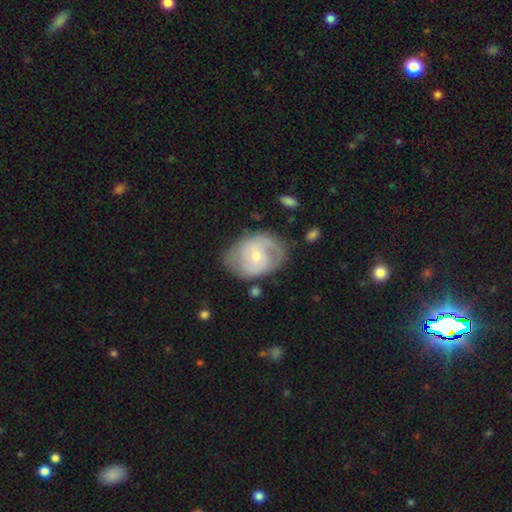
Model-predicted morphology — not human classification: Smooth or featured: featured or disk — 73% (smooth — 22%)
Edge-on disk: no — 97% (yes — 3%)
Bar: no — 60% (weak — 34%)
Spiral arms: yes — 86% (no — 14%)
Spiral winding: medium — 42% (tight — 41%)
Spiral arm count: 2 — 58% (can't tell — 23%)
Bulge size: small — 65% (moderate — 31%)
Merging: none — 65% (minor disturbance — 22%)